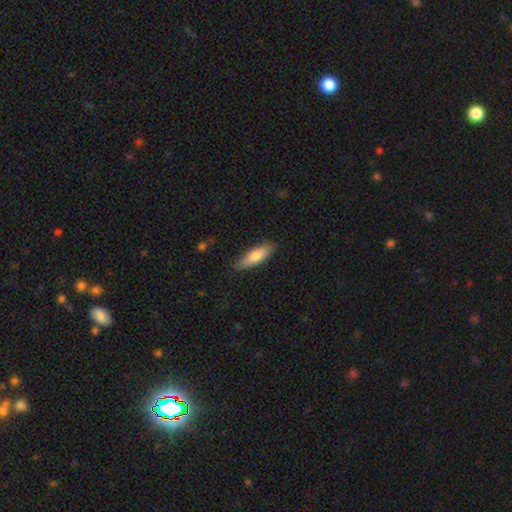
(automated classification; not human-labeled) Smooth or featured? Predicted: smooth (p=0.73). How rounded? Predicted: cigar-shaped (p=0.50). Merging? Predicted: none (p=0.83).